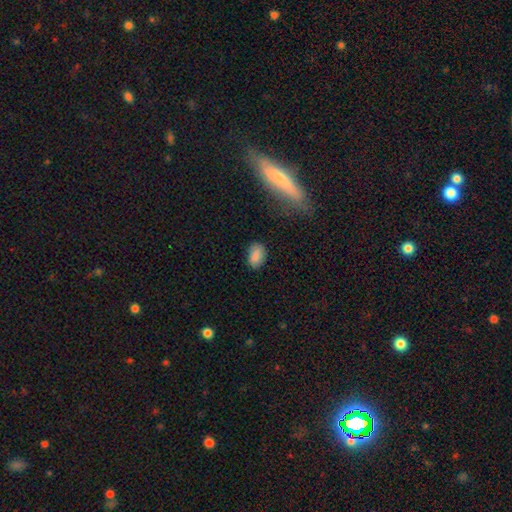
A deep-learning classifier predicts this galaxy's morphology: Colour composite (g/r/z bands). It shows a smooth galaxy with no disk features (86%) that is in between round and cigar-shaped (90%). Merging: none (82%).